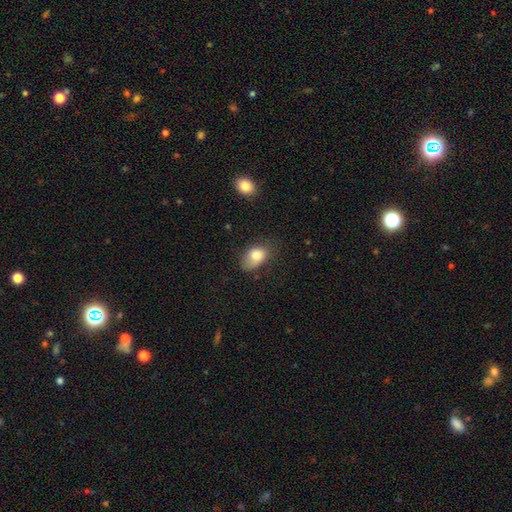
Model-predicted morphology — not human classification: smooth-or-featured: smooth: 80% | featured or disk: 11% | star or artifact: 9%
  how-rounded: in between: 81% | round: 18% | cigar-shaped: 1%
  merging: none: 51% | minor disturbance: 33% | major disturbance: 13% | merger: 3%